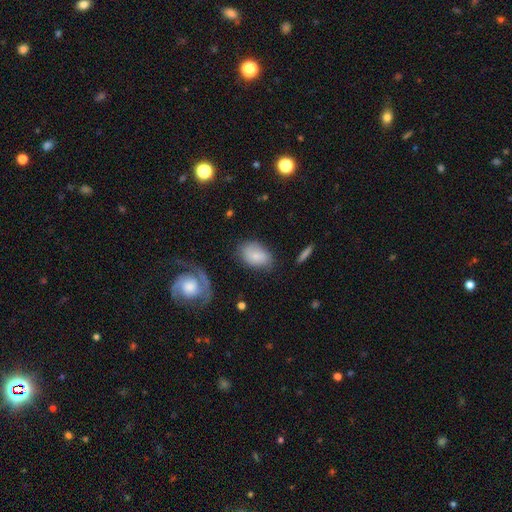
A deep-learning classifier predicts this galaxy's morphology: This appears to be a smooth galaxy with no disk features (72%) that is in between round and cigar-shaped (88%). Merging: none (66%).